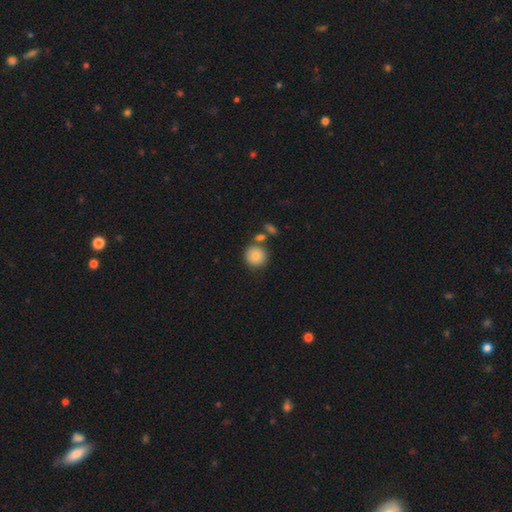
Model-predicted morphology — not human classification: Overall: smooth (81%). How rounded: round (93%). Merging: none (73%).